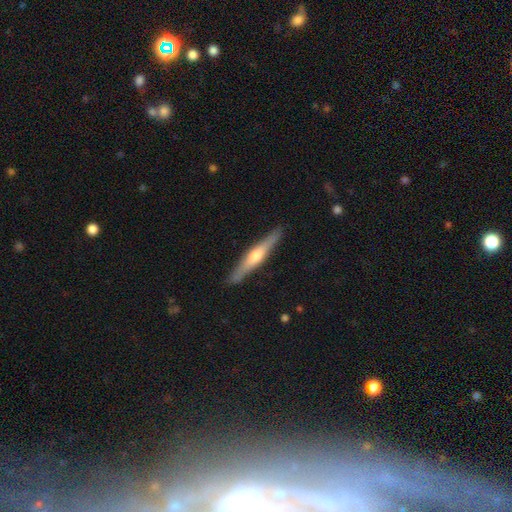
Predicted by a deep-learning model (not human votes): featured or disk 64%, smooth 31%, star or artifact 5%. Down the decision tree: edge-on disk — yes (97%); edge-on bulge — rounded (82%); merging — none (90%).